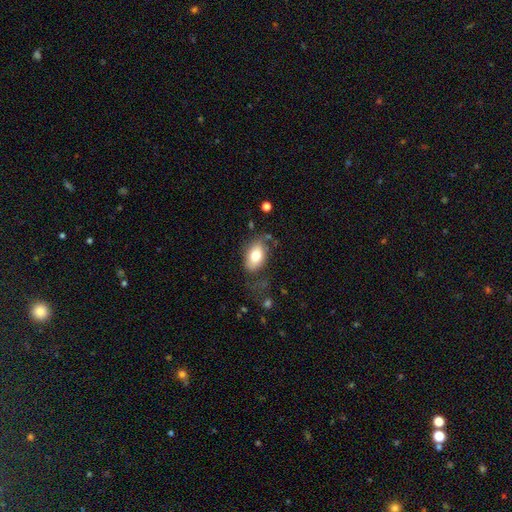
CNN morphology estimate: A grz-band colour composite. It shows a smooth galaxy with no disk features (75%) that is in between round and cigar-shaped (89%). Merging: none (64%).